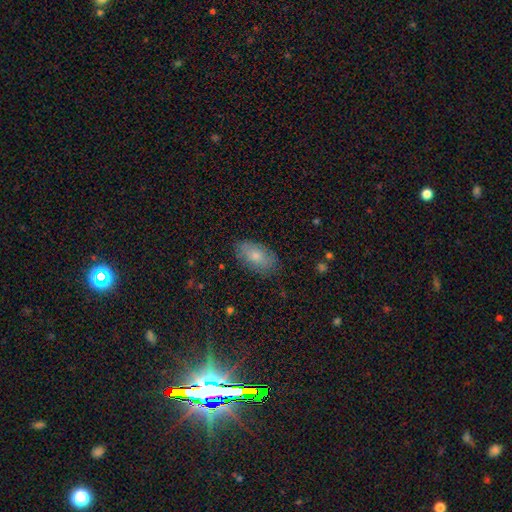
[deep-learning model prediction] Q: Smooth or featured?
A: smooth (74%); runner-up: featured or disk (18%)
Q: How rounded?
A: in between (93%); runner-up: round (4%)
Q: Merging?
A: none (81%); runner-up: minor disturbance (15%)